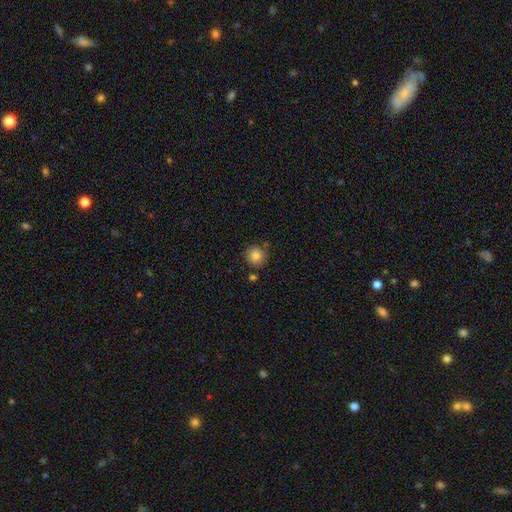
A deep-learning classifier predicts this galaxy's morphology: Smooth or featured?
  - smooth: 84% *
  - star or artifact: 10%
  - featured or disk: 6%
How rounded?
  - round: 92% *
  - in between: 7%
  - cigar-shaped: 1%
Merging?
  - none: 80% *
  - minor disturbance: 11%
  - merger: 6%
  - major disturbance: 3%